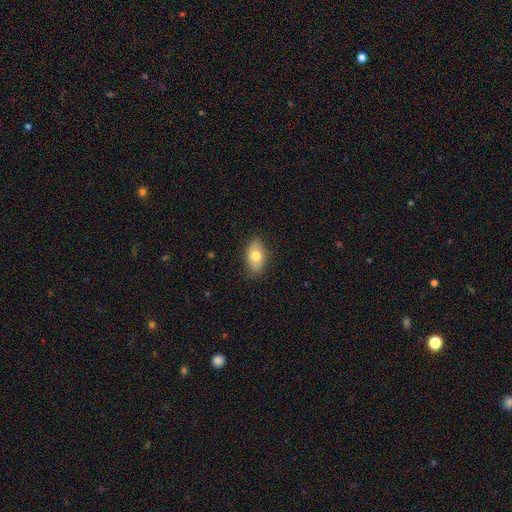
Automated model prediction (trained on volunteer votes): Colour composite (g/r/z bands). It shows a smooth galaxy with no disk features (74%) that is in between round and cigar-shaped (90%). Merging: none (81%).